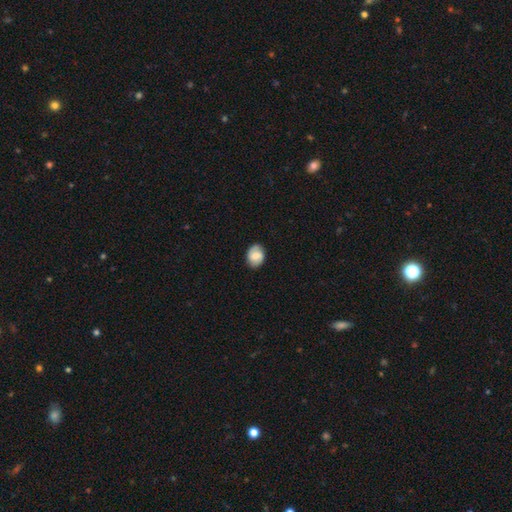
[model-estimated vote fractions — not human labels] This is possibly a smooth galaxy (60%). How rounded: possibly in between (58%). Merging: clearly none (83%).